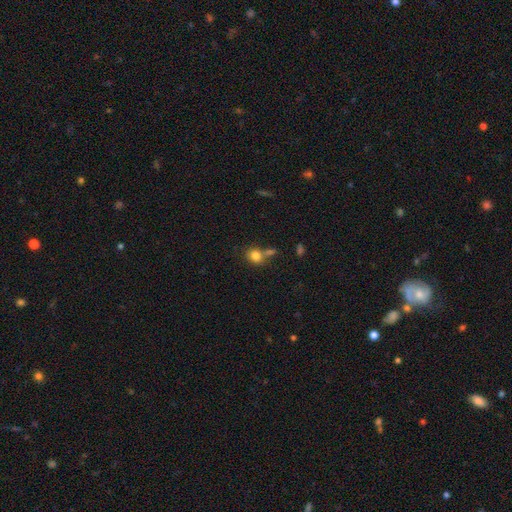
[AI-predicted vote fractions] Smooth or featured? Predicted: smooth (p=0.81). How rounded? Predicted: round (p=0.64). Merging? Predicted: none (p=0.55).